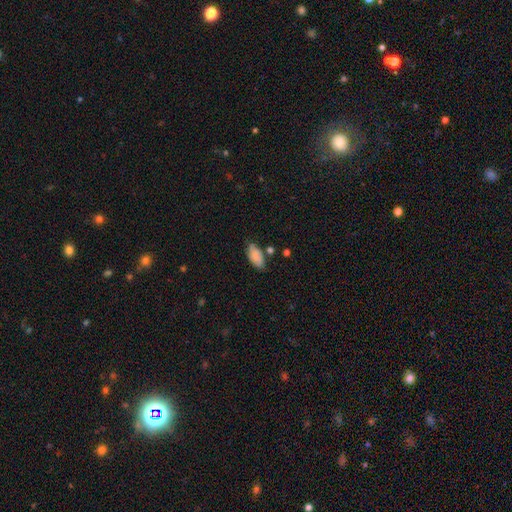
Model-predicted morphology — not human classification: Smooth or featured? Predicted: smooth (p=0.81). How rounded? Predicted: in between (p=0.90). Merging? Predicted: none (p=0.68).